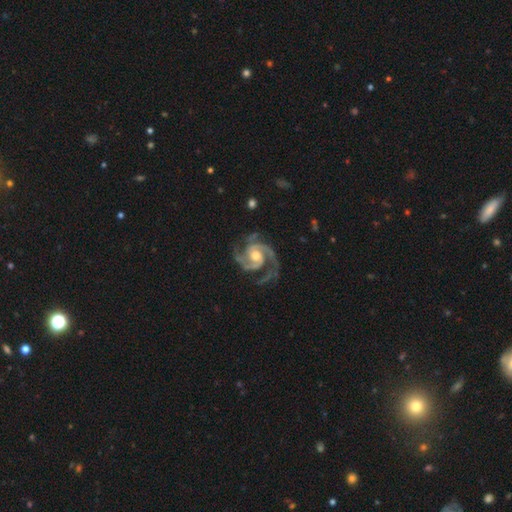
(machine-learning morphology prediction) type=featured or disk (94%); edge-on=no (98%); bar=no (63%); spiral arms=yes (99%); winding=medium (53%); arm count=2 (46%); bulge=moderate (71%); merging=none (71%).